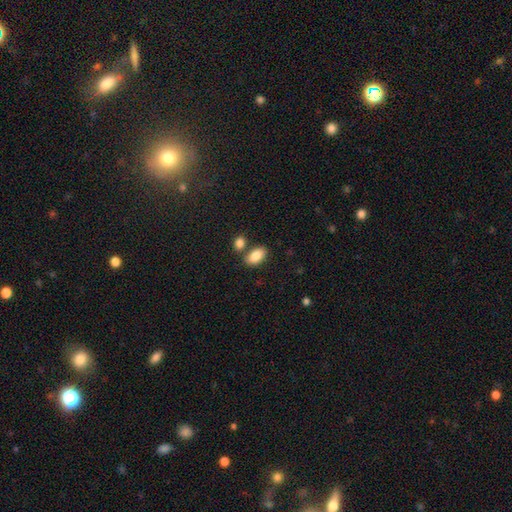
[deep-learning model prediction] This is clearly a smooth galaxy (87%). How rounded: clearly in between (93%). Merging: likely none (69%).